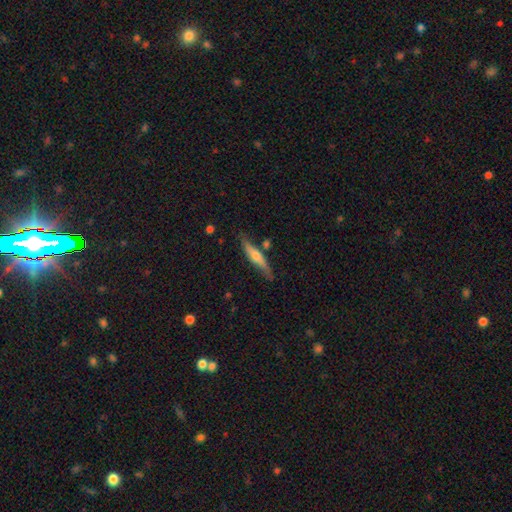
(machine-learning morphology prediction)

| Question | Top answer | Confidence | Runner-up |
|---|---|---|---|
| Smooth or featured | featured or disk | 53% | smooth (41%) |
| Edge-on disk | yes | 88% | no (12%) |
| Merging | none | 75% | minor disturbance (16%) |